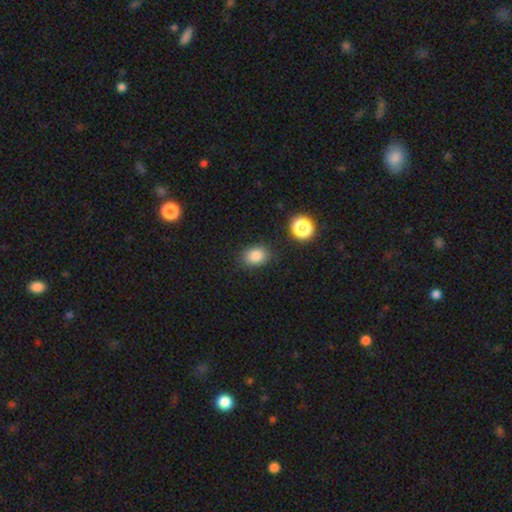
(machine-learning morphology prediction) Smooth or featured?
  - smooth: 83% *
  - star or artifact: 11%
  - featured or disk: 5%
How rounded?
  - in between: 63% *
  - round: 36%
  - cigar-shaped: 1%
Merging?
  - none: 82% *
  - minor disturbance: 12%
  - major disturbance: 3%
  - merger: 3%